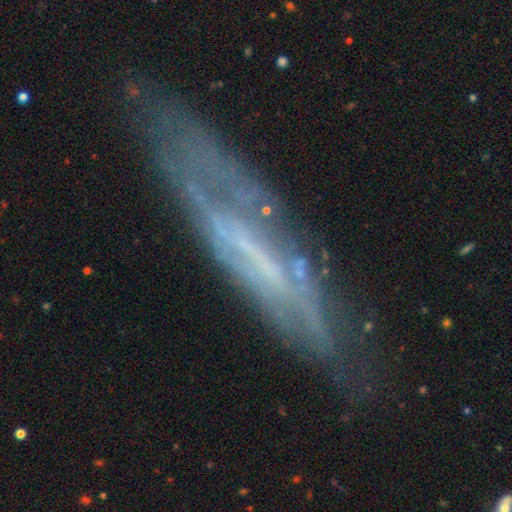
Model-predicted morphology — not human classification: Smooth or featured? featured or disk (69%)
Edge-on disk? yes (51%)
Merging? none (65%)